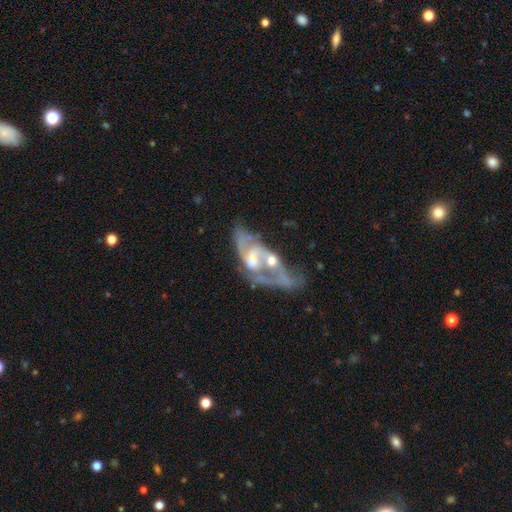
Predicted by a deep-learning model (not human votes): Morphology: type=featured or disk (77%); edge-on=no (91%); bar=no (61%); spiral arms=yes (65%); bulge=moderate (52%); merging=merger (46%).